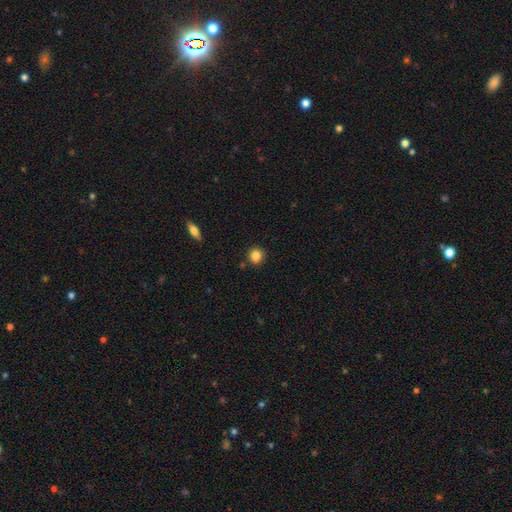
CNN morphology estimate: Smooth or featured? Predicted: smooth (p=0.85). How rounded? Predicted: round (p=0.85). Merging? Predicted: none (p=0.87).